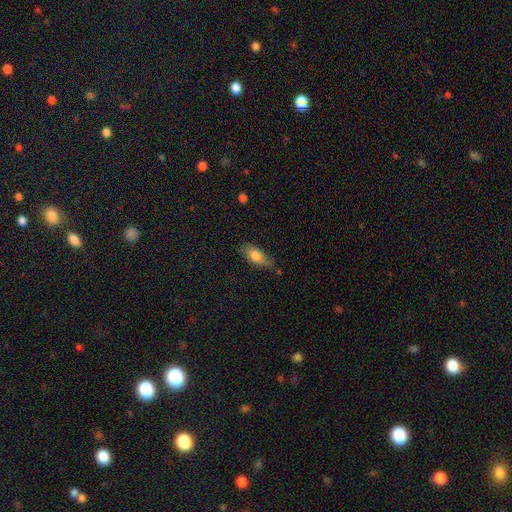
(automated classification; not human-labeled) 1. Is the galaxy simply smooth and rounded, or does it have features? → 75% smooth, 17% featured or disk, 7% star or artifact.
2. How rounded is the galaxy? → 79% in between, 17% cigar-shaped, 3% round.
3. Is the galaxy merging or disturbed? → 69% none, 23% minor disturbance, 5% major disturbance, 3% merger.